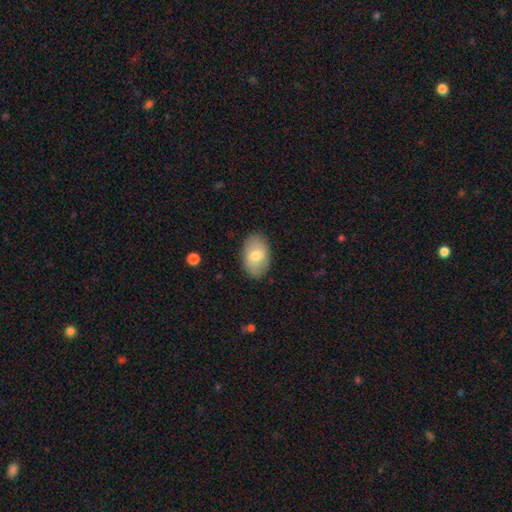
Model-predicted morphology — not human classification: Smooth or featured? Predicted: smooth (p=0.71). How rounded? Predicted: in between (p=0.88). Merging? Predicted: none (p=0.86).